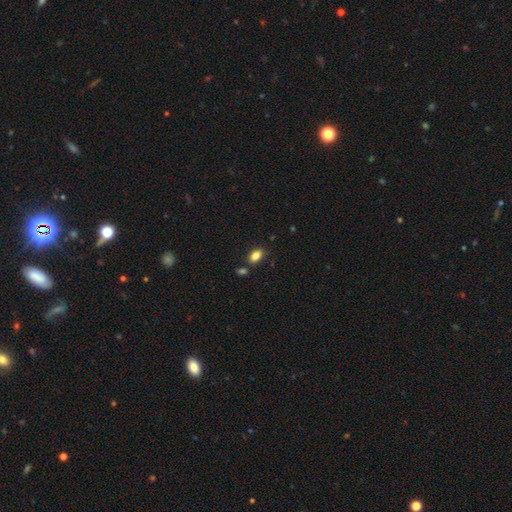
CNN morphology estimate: Smooth or featured: smooth — 83% (star or artifact — 10%)
How rounded: in between — 87% (round — 11%)
Merging: none — 77% (minor disturbance — 11%)